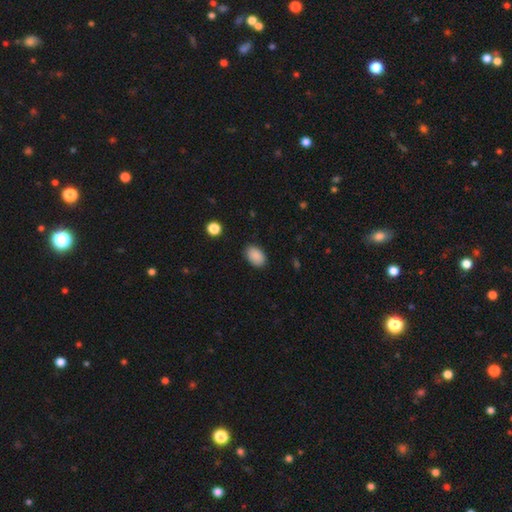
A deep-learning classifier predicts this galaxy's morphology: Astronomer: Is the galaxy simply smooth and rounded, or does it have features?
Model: smooth — 89%.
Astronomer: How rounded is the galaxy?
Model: in between — 85%.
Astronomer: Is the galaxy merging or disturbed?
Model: none — 87%.